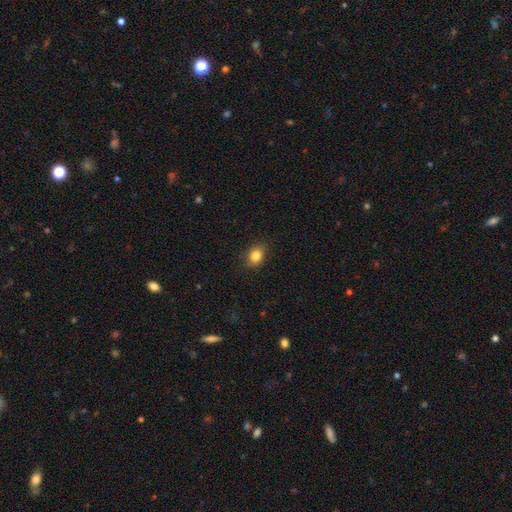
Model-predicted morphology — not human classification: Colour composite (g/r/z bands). It shows a smooth galaxy with no disk features (83%) that is in between round and cigar-shaped (57%). Merging: none (84%).